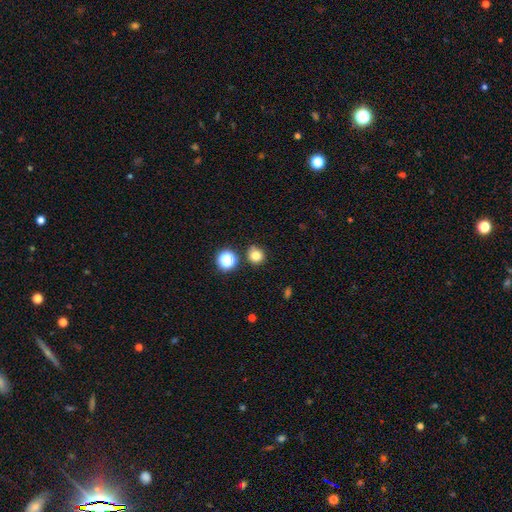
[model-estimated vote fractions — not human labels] Overall: smooth (79%). How rounded: round (90%). Merging: none (83%).